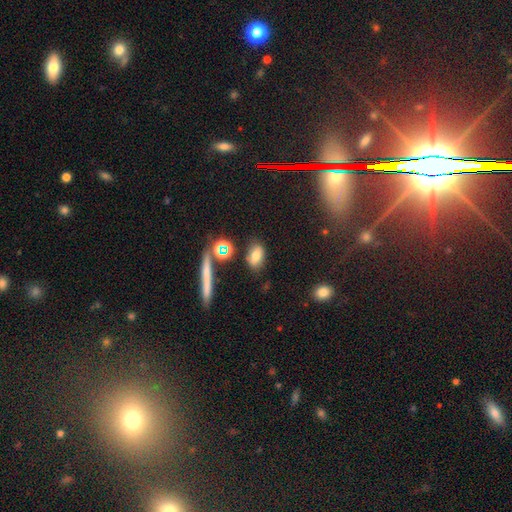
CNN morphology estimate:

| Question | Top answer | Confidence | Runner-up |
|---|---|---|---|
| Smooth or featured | smooth | 75% | star or artifact (13%) |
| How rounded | in between | 79% | round (15%) |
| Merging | none | 79% | minor disturbance (12%) |